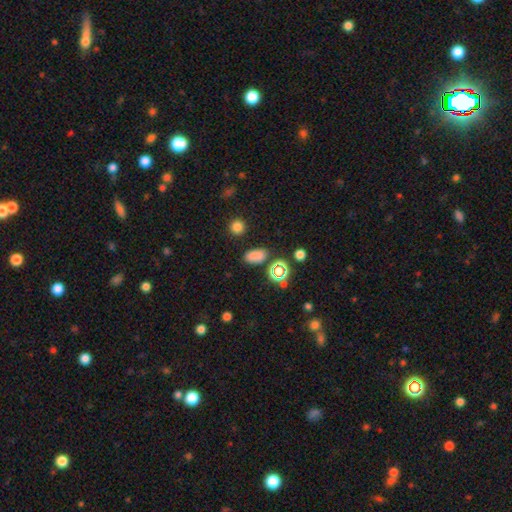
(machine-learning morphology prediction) This is likely a smooth galaxy (74%). How rounded: clearly in between (85%). Merging: clearly none (82%).